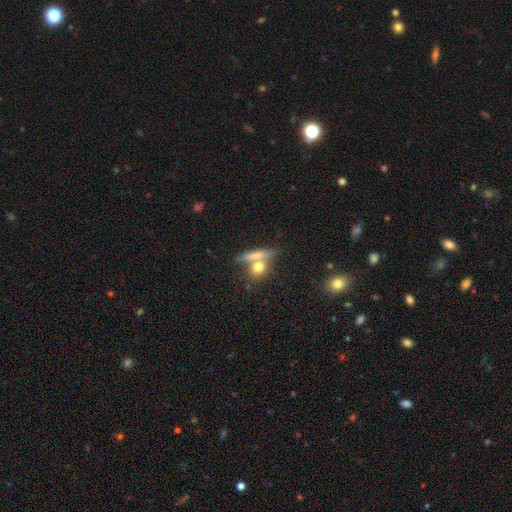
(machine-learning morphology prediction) Q: Smooth or featured?
A: smooth (67%); runner-up: featured or disk (24%)
Q: How rounded?
A: cigar-shaped (42%); runner-up: in between (30%)
Q: Merging?
A: none (47%); runner-up: merger (38%)